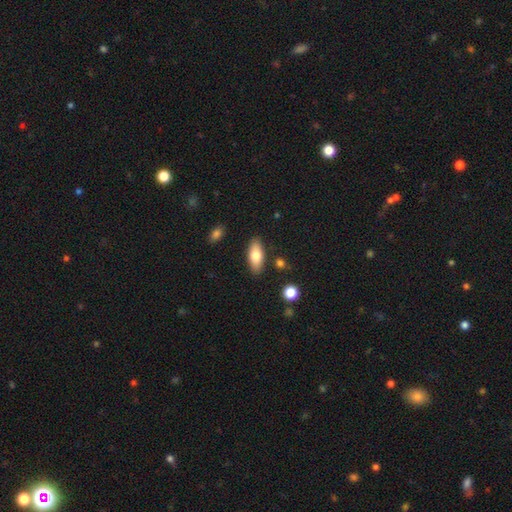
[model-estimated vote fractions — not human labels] smooth-or-featured: smooth: 74% | featured or disk: 19% | star or artifact: 6%
  how-rounded: in between: 81% | cigar-shaped: 17% | round: 3%
  merging: none: 85% | minor disturbance: 10% | merger: 3% | major disturbance: 2%